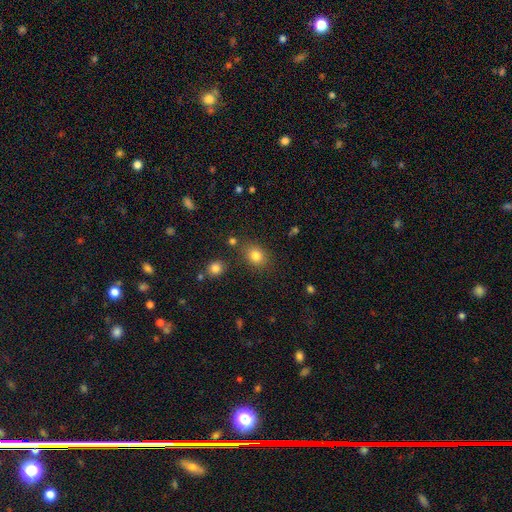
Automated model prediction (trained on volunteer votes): A smooth galaxy with no disk features (82%) that is round (55%).

Vote fractions:
- Smooth or featured? smooth: 82% / star or artifact: 12% / featured or disk: 6%
- How rounded? round: 55% / in between: 44% / cigar-shaped: 1%
- Merging? none: 79% / minor disturbance: 12% / merger: 6% / major disturbance: 4%